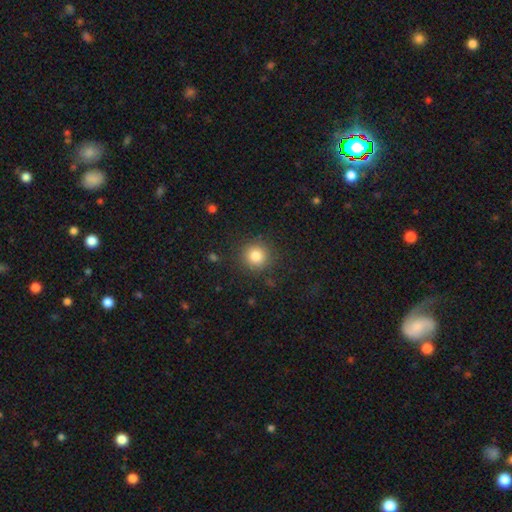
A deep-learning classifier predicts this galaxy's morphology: This is clearly a smooth galaxy (82%). How rounded: clearly round (93%). Merging: clearly none (88%).